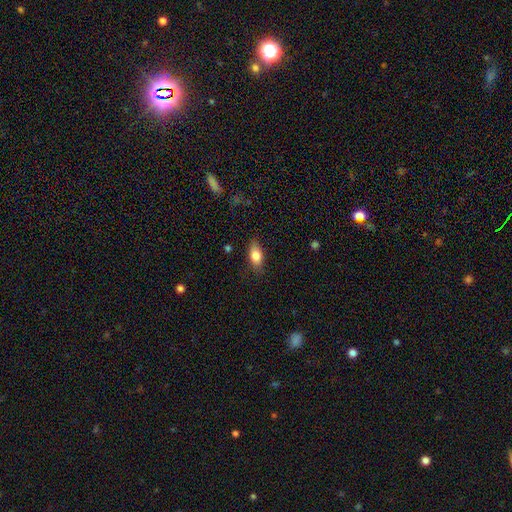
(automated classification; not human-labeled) Smooth or featured?
  - smooth: 80% *
  - featured or disk: 13%
  - star or artifact: 7%
How rounded?
  - in between: 84% *
  - cigar-shaped: 10%
  - round: 6%
Merging?
  - none: 81% *
  - minor disturbance: 14%
  - major disturbance: 3%
  - merger: 1%